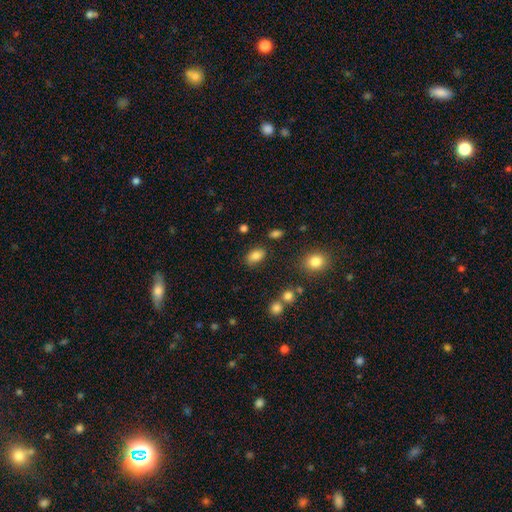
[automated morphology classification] A smooth galaxy with no disk features (82%) that is in between round and cigar-shaped (86%).

Vote fractions:
- Smooth or featured? smooth: 82% / star or artifact: 10% / featured or disk: 8%
- How rounded? in between: 86% / round: 12% / cigar-shaped: 2%
- Merging? none: 82% / minor disturbance: 12% / merger: 3% / major disturbance: 3%